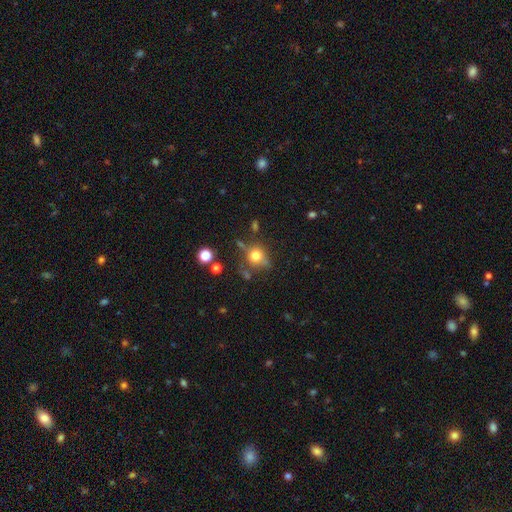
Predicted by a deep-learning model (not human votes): Smooth or featured: smooth — 71% (star or artifact — 14%)
How rounded: round — 80% (in between — 19%)
Merging: none — 62% (minor disturbance — 20%)